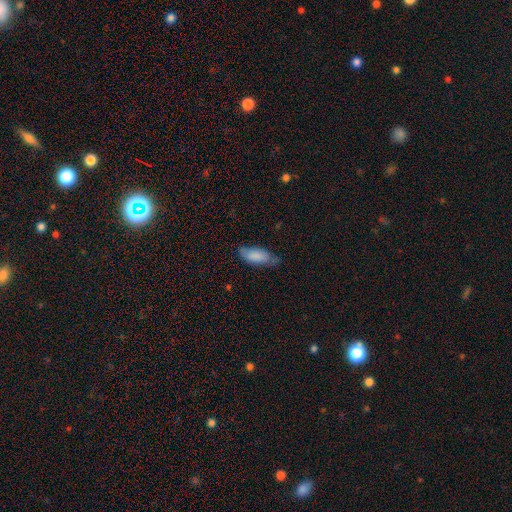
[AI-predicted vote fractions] Smooth or featured: smooth — 81% (featured or disk — 13%)
How rounded: in between — 79% (cigar-shaped — 20%)
Merging: none — 59% (minor disturbance — 32%)